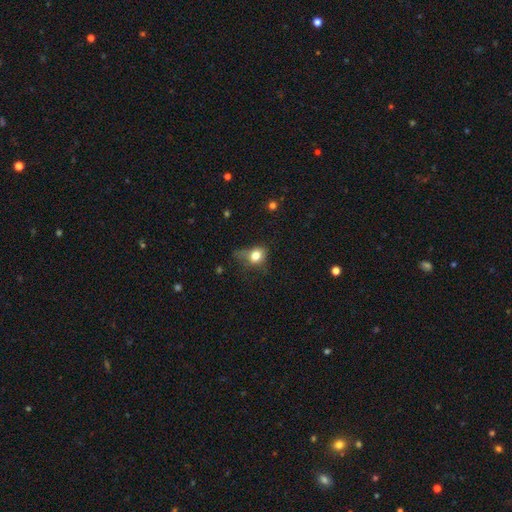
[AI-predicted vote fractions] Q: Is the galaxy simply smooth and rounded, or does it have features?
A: smooth — 76%.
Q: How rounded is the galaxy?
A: round — 52%.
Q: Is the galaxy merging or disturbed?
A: none — 35%.